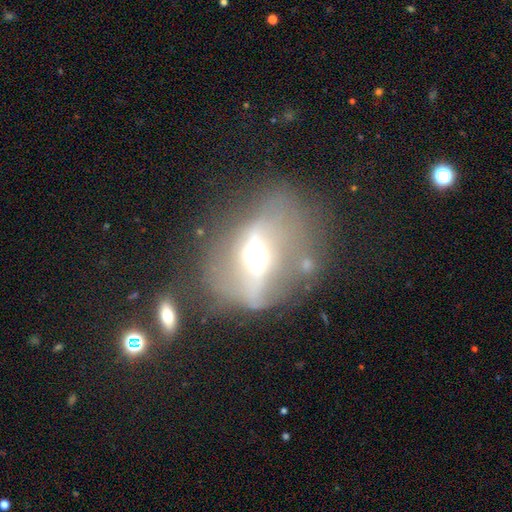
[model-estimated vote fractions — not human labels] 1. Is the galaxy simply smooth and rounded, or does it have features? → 71% featured or disk, 19% smooth, 10% star or artifact.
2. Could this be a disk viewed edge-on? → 83% no, 17% yes.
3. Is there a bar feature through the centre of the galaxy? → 50% strong, 30% weak, 20% no.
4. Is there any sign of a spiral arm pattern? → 55% no, 45% yes.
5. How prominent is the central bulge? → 66% moderate, 16% small, 14% large, 3% dominant, 1% none.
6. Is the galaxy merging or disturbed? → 53% none, 20% minor disturbance, 19% major disturbance, 8% merger.